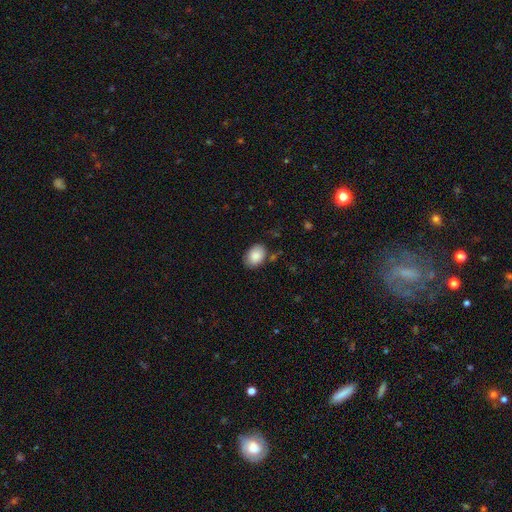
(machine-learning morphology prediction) smooth 87%, star or artifact 7%, featured or disk 5%. Down the decision tree: how rounded — in between (73%); merging — none (77%).